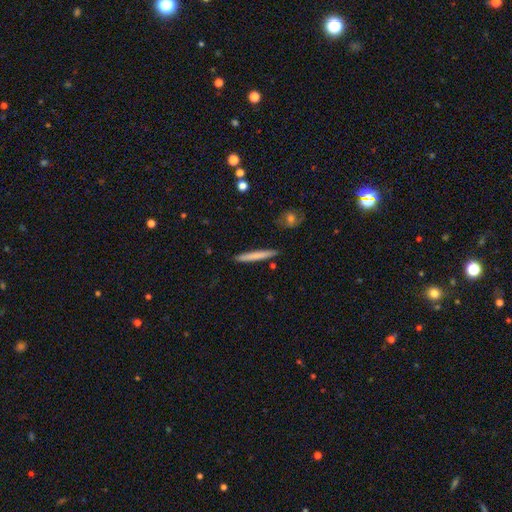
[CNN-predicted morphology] Smooth or featured? smooth (72%)
How rounded? cigar-shaped (96%)
Merging? none (90%)